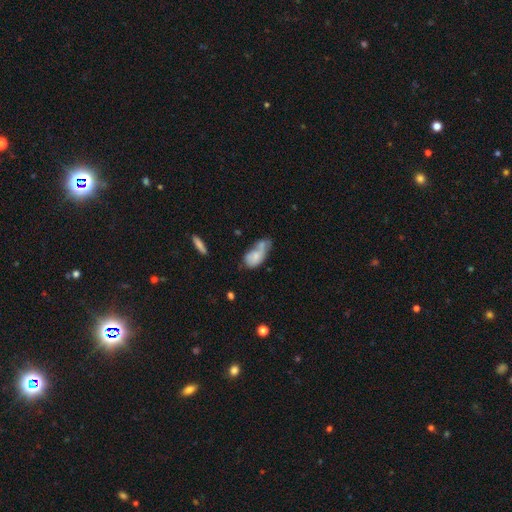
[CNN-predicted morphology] This appears to be a smooth galaxy with no disk features (62%) that is in between round and cigar-shaped (88%). Merging: merger (33%).